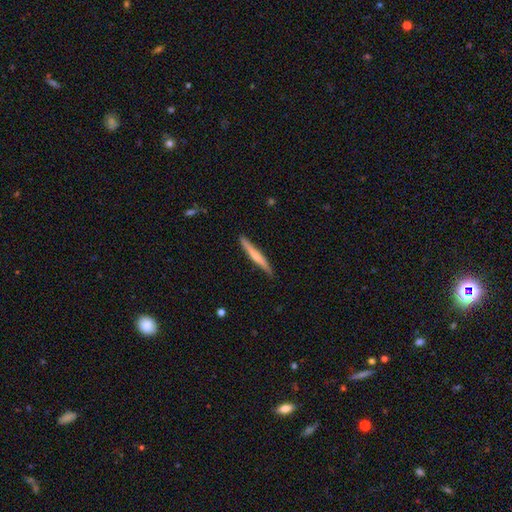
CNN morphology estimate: This appears to be a smooth galaxy with no disk features (52%) that is cigar-shaped (95%). Merging: none (84%).